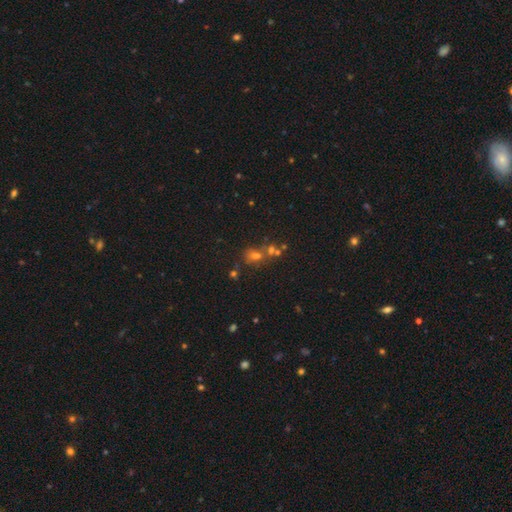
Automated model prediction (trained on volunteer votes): smooth 49%, star or artifact 36%, featured or disk 15%. Down the decision tree: merging — none (52%).